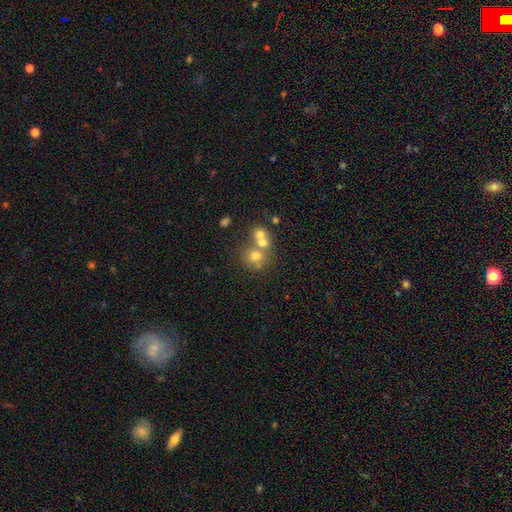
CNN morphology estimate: Q: Smooth or featured?
A: smooth (62%); runner-up: featured or disk (21%)
Q: How rounded?
A: round (81%); runner-up: in between (18%)
Q: Merging?
A: merger (50%); runner-up: none (39%)